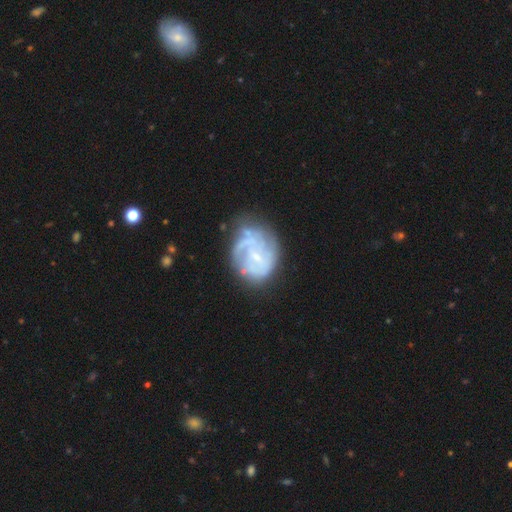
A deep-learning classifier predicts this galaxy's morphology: Smooth or featured?
  - featured or disk: 73% *
  - smooth: 18%
  - star or artifact: 8%
Edge-on disk?
  - no: 98% *
  - yes: 2%
Bar?
  - no: 53% *
  - weak: 38%
  - strong: 9%
Spiral arms?
  - yes: 79% *
  - no: 21%
Spiral winding?
  - tight: 44% *
  - medium: 37%
  - loose: 19%
Spiral arm count?
  - can't tell: 41% *
  - 2: 23%
  - 3: 17%
  - 1: 8%
  - 4: 6%
  - more than 4: 4%
Bulge size?
  - small: 67% *
  - none: 16%
  - moderate: 14%
  - large: 1%
  - dominant: 1%
Merging?
  - none: 51% *
  - minor disturbance: 25%
  - major disturbance: 19%
  - merger: 4%